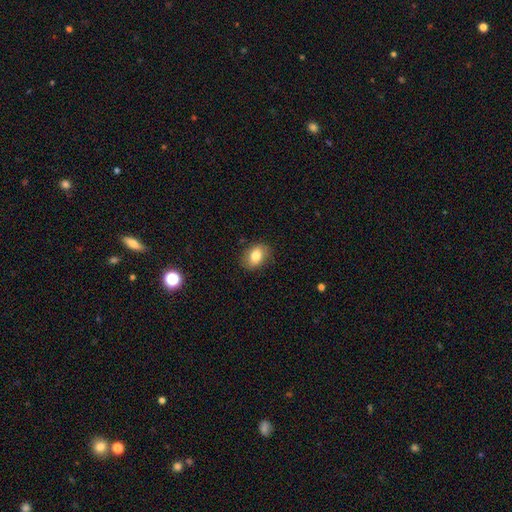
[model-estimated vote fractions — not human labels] A smooth galaxy with no disk features (80%) that is in between round and cigar-shaped (70%).

Vote fractions:
- Smooth or featured? smooth: 80% / featured or disk: 12% / star or artifact: 8%
- How rounded? in between: 70% / round: 29% / cigar-shaped: 1%
- Merging? none: 83% / minor disturbance: 12% / major disturbance: 3% / merger: 1%